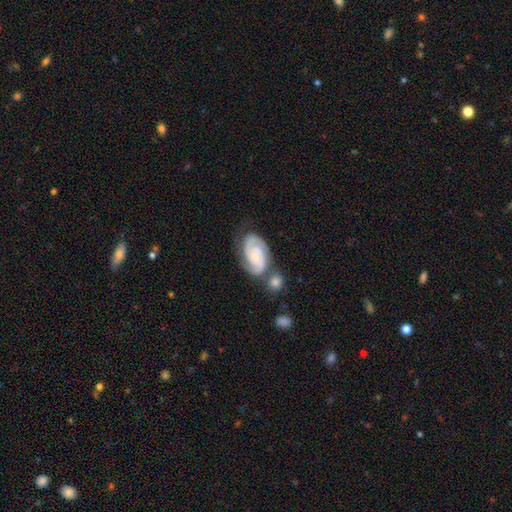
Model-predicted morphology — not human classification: The model was most divided on "spiral winding": tight: 51%, medium: 40%, loose: 9%. More confident: edge-on disk — no (97%); spiral arms — yes (96%); smooth or featured — featured or disk (81%); spiral arm count — 2 (76%); bulge size — small (64%); bar — no (63%); merging — none (54%).